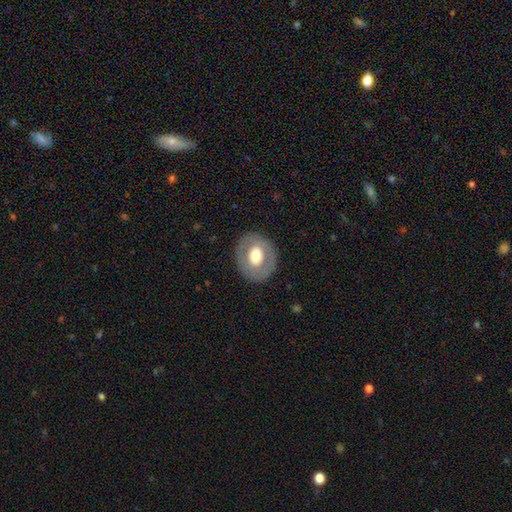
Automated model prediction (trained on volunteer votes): smooth 53%, featured or disk 41%, star or artifact 6%. Down the decision tree: how rounded — round (57%); merging — none (85%).